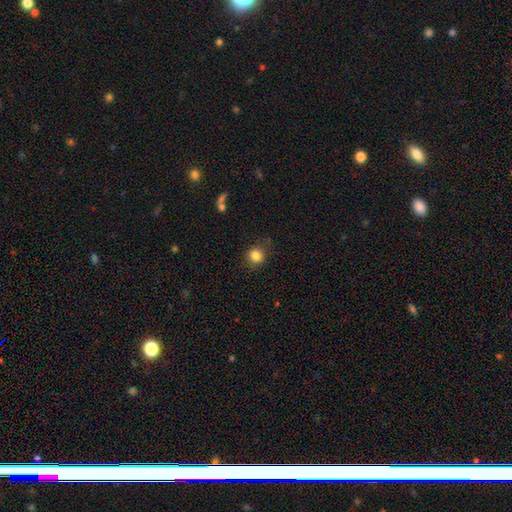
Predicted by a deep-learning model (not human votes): The model was most divided on "merging": none: 80%, minor disturbance: 14%, major disturbance: 4%, merger: 2%. More confident: how rounded — round (85%); smooth or featured — smooth (85%).